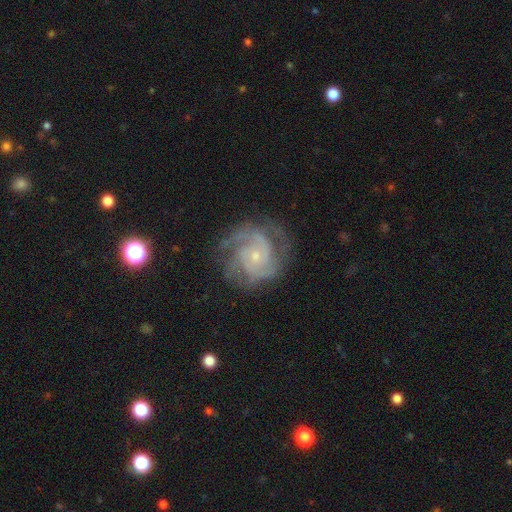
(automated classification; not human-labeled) Q: Smooth or featured?
A: featured or disk (87%); runner-up: smooth (7%)
Q: Edge-on disk?
A: no (98%); runner-up: yes (2%)
Q: Bar?
A: no (74%); runner-up: weak (22%)
Q: Spiral arms?
A: yes (97%); runner-up: no (3%)
Q: Spiral winding?
A: tight (55%); runner-up: medium (38%)
Q: Spiral arm count?
A: 2 (33%); runner-up: 3 (31%)
Q: Bulge size?
A: small (78%); runner-up: moderate (17%)
Q: Merging?
A: none (72%); runner-up: minor disturbance (17%)